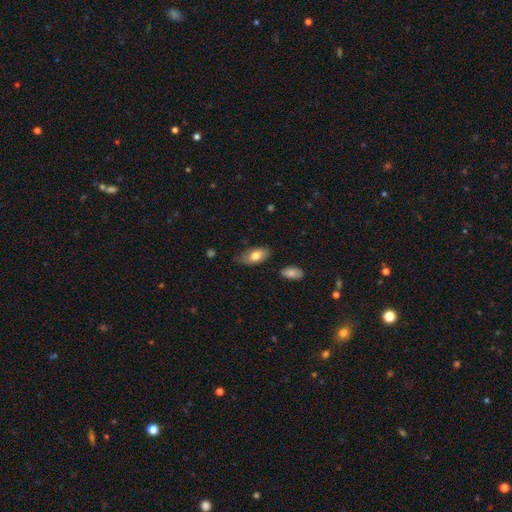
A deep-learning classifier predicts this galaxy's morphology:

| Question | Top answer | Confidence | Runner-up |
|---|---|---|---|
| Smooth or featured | smooth | 76% | featured or disk (17%) |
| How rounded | in between | 91% | cigar-shaped (5%) |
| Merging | none | 70% | minor disturbance (24%) |